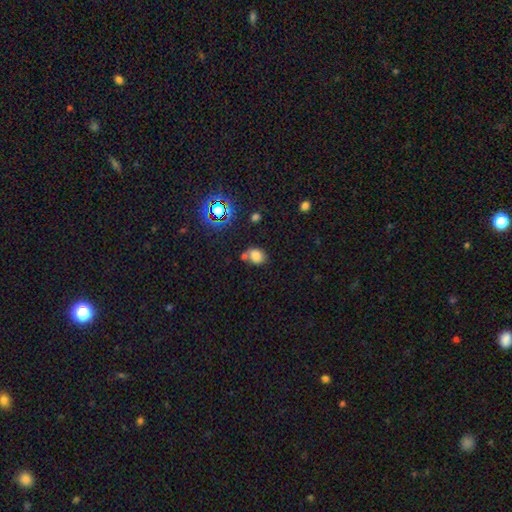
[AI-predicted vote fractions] The model was most divided on "how rounded": in between: 51%, round: 48%, cigar-shaped: 1%. More confident: smooth or featured — smooth (75%); merging — none (54%).